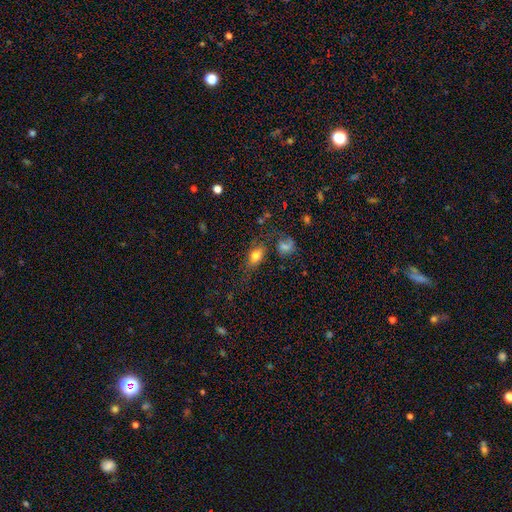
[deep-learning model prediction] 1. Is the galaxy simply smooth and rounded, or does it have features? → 76% smooth, 13% featured or disk, 11% star or artifact.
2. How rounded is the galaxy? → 78% in between, 17% round, 5% cigar-shaped.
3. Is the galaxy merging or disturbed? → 66% none, 17% minor disturbance, 9% merger, 8% major disturbance.